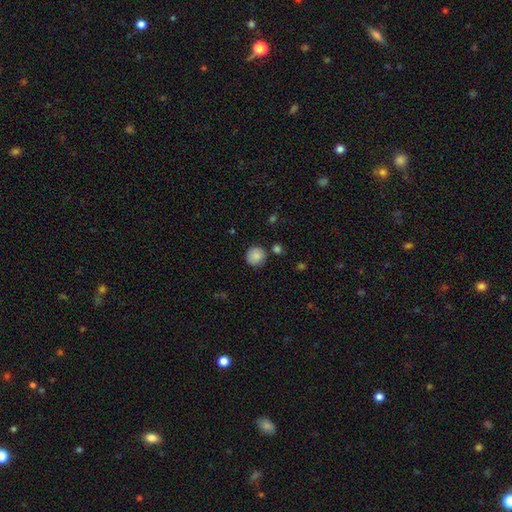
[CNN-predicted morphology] A smooth galaxy with no disk features (87%) that is round (92%). Merging: none (85%).